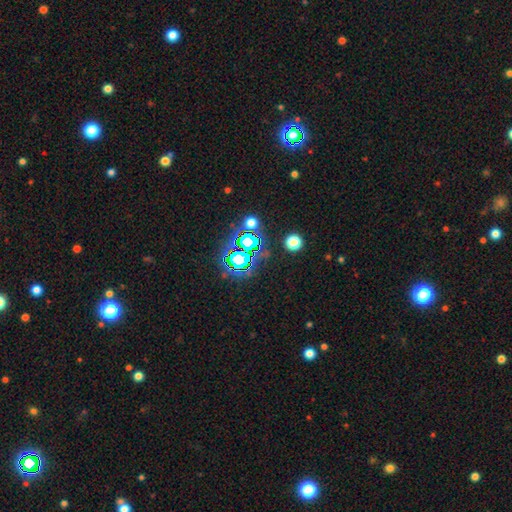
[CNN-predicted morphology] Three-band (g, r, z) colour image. It shows a star or artifact, not a galaxy (78%).